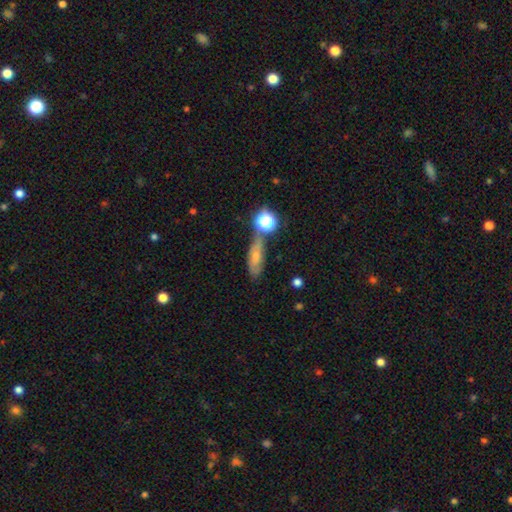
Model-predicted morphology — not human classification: Q: Smooth or featured?
A: smooth (58%); runner-up: featured or disk (27%)
Q: How rounded?
A: in between (54%); runner-up: cigar-shaped (33%)
Q: Merging?
A: none (56%); runner-up: minor disturbance (22%)